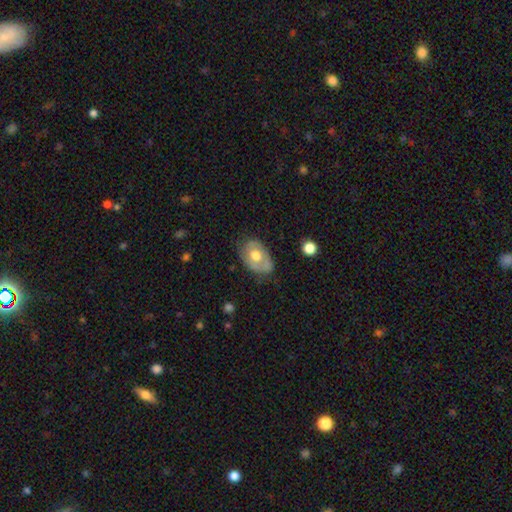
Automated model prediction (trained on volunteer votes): Q: Smooth or featured?
A: smooth (49%); runner-up: featured or disk (44%)
Q: Merging?
A: none (61%); runner-up: minor disturbance (28%)